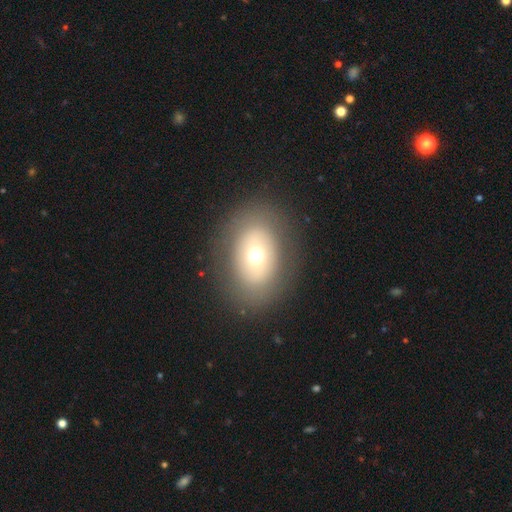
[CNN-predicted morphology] Smooth or featured: smooth — 59% (featured or disk — 31%)
How rounded: in between — 73% (round — 26%)
Merging: none — 84% (minor disturbance — 10%)